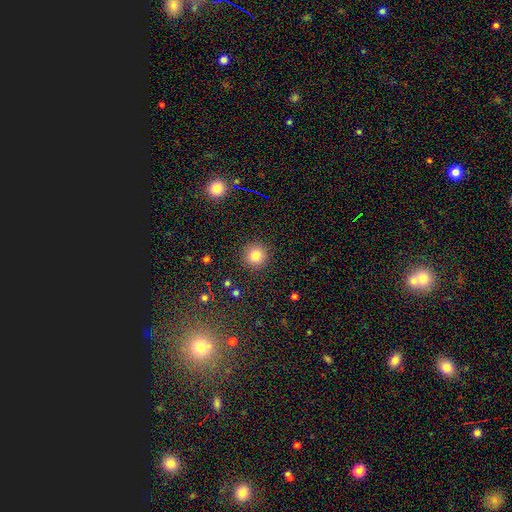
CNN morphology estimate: This is clearly a smooth galaxy (82%). How rounded: clearly round (94%). Merging: clearly none (91%).